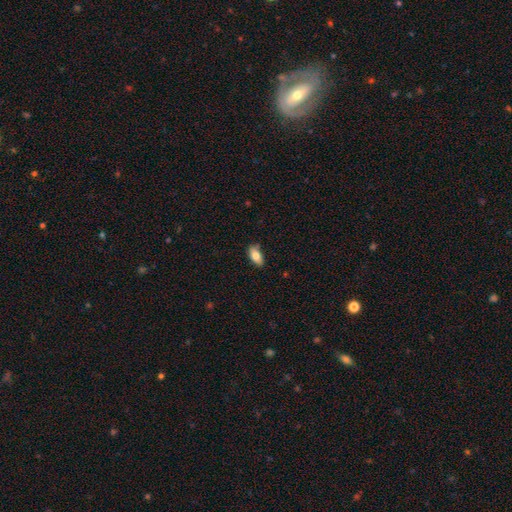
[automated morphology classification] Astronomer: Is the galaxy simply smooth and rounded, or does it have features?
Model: smooth — 78%.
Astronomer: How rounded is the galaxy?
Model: in between — 91%.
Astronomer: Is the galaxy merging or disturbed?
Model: none — 71%.